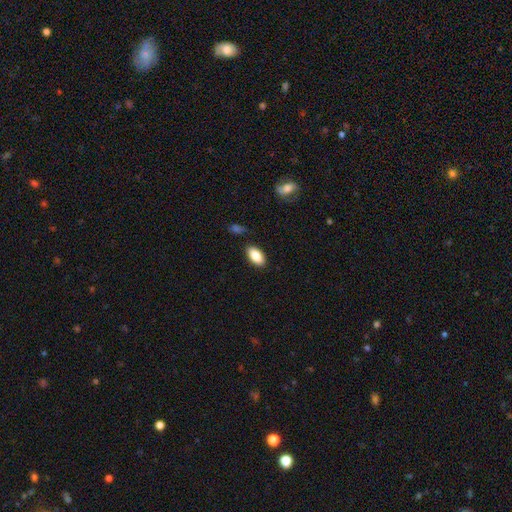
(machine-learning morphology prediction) Smooth or featured? smooth (87%)
How rounded? in between (93%)
Merging? none (86%)